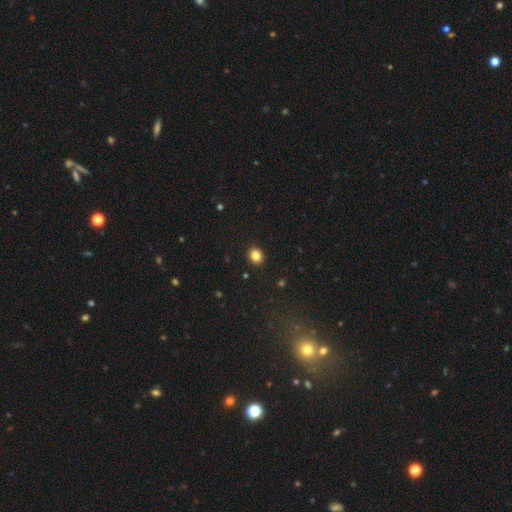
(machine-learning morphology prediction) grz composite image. It shows a smooth galaxy with no disk features (84%) that is round (70%). Merging: none (92%).